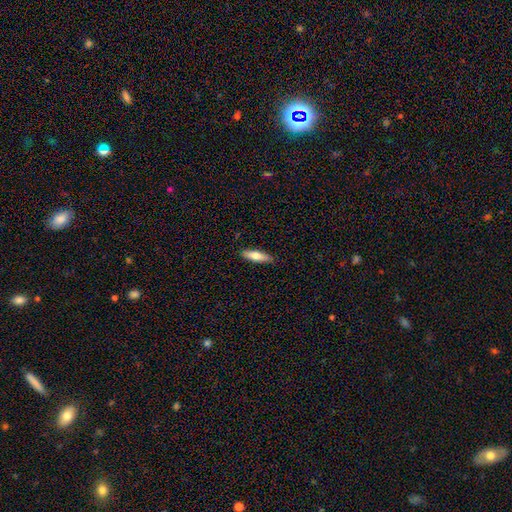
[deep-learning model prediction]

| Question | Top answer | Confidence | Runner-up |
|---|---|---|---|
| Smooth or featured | smooth | 71% | featured or disk (24%) |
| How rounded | cigar-shaped | 61% | in between (37%) |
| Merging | none | 89% | minor disturbance (9%) |